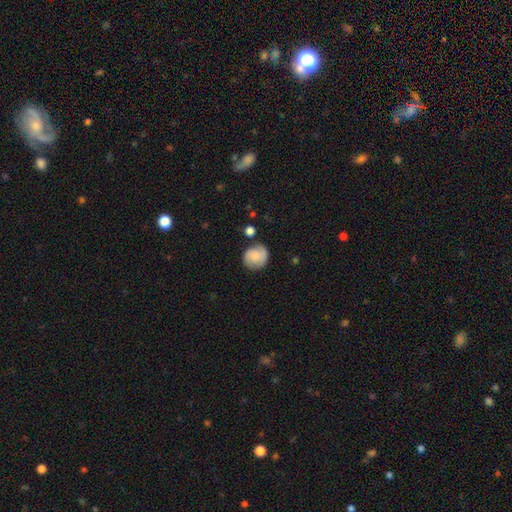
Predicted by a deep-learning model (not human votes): Smooth or featured?
  - smooth: 69% *
  - featured or disk: 23%
  - star or artifact: 8%
How rounded?
  - round: 84% *
  - in between: 15%
  - cigar-shaped: 1%
Merging?
  - none: 72% *
  - minor disturbance: 18%
  - merger: 6%
  - major disturbance: 5%